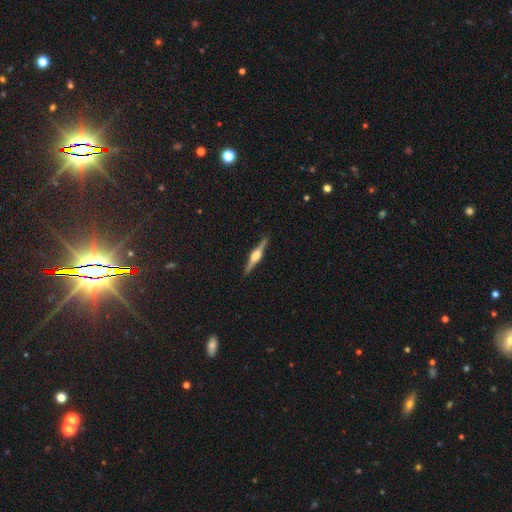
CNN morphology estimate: Smooth or featured? Predicted: featured or disk (p=0.81). Edge-on disk? Predicted: yes (p=0.98). Edge-on bulge? Predicted: rounded (p=0.85). Merging? Predicted: none (p=0.91).